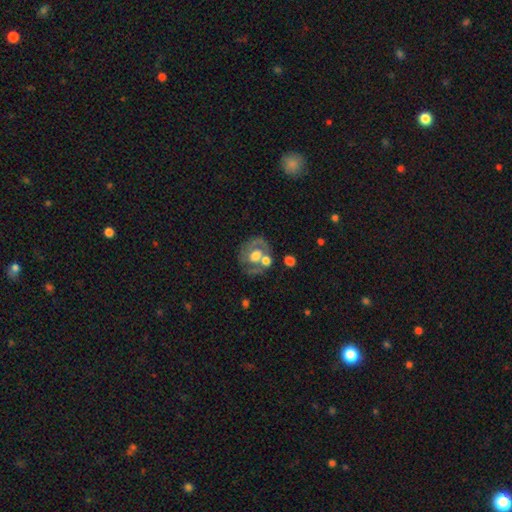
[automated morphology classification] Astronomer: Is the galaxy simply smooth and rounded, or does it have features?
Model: featured or disk — 59%.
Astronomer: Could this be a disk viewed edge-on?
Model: no — 96%.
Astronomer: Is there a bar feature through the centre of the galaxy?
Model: no — 69%.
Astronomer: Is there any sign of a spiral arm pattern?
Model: no — 56% (runner-up: yes, 44%).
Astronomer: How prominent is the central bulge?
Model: moderate — 49% (runner-up: large, 35%).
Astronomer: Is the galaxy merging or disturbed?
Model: none — 50%.